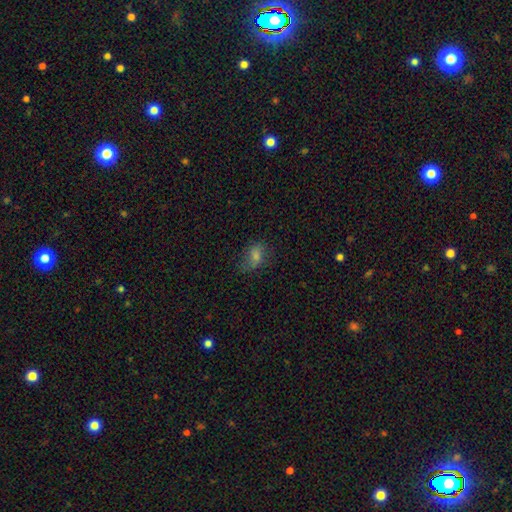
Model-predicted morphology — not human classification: type=smooth (71%); roundness=in between (77%); merging=none (60%).